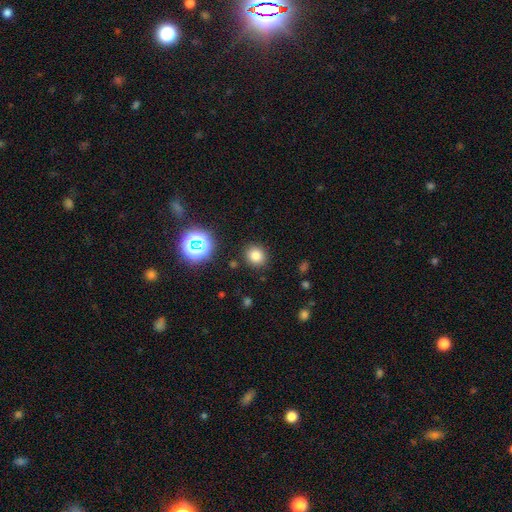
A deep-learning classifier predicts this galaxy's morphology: smooth_or_featured: smooth (p=0.77) [alt: star or artifact p=0.16]
how_rounded: round (p=0.82) [alt: in between p=0.17]
merging: none (p=0.88) [alt: minor disturbance p=0.07]